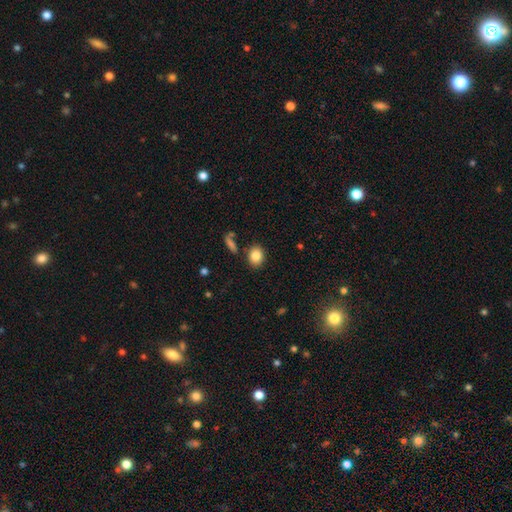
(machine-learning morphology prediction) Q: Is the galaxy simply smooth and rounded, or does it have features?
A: smooth — 84%.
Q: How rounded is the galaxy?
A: round — 51%.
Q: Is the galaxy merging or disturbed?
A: none — 83%.